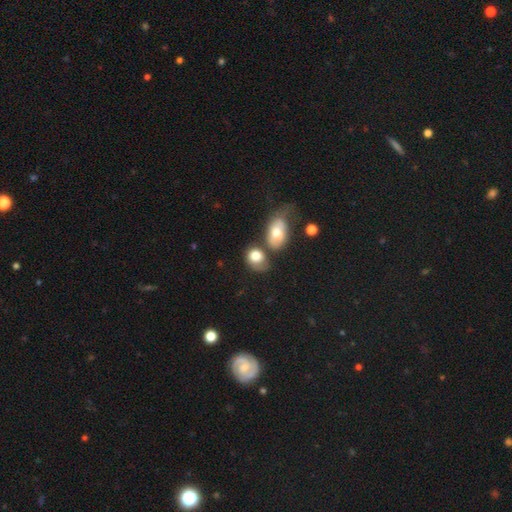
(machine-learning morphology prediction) Overall: smooth (77%). How rounded: in between (58%; round 40%). Merging: merger (36%; none 32%).